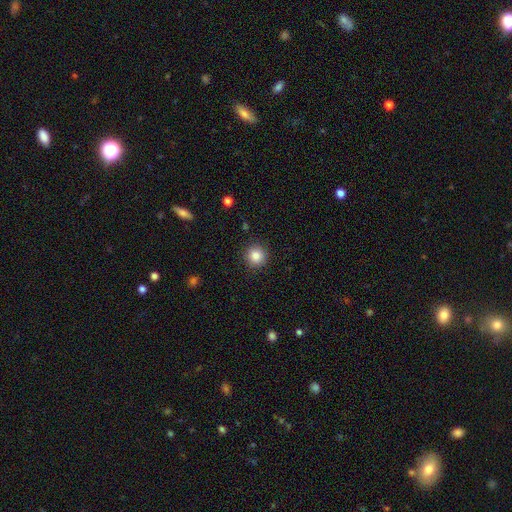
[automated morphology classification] Smooth or featured? Predicted: smooth (p=0.85). How rounded? Predicted: round (p=0.95). Merging? Predicted: none (p=0.91).